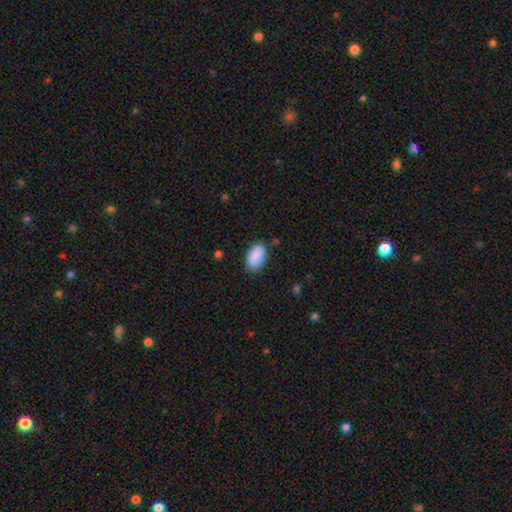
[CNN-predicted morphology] This appears to be a smooth galaxy with no disk features (90%) that is in between round and cigar-shaped (94%). Merging: none (80%).